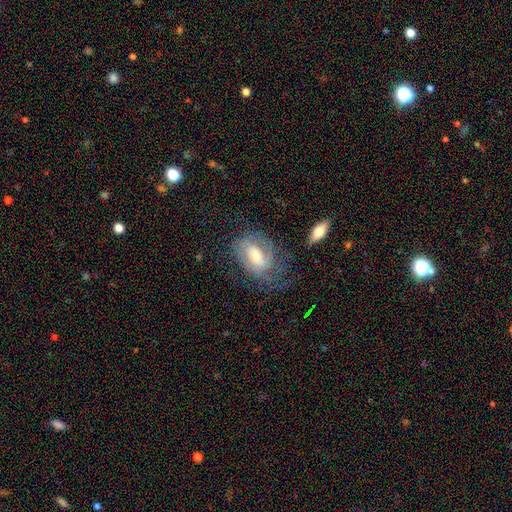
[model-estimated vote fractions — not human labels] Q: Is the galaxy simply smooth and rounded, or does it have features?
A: featured or disk — 74%.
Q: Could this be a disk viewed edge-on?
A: no — 95%.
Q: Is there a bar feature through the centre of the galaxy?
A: weak — 47%.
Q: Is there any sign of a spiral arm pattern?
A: yes — 88%.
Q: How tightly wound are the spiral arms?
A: tight — 45%.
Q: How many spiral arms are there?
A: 2 — 40%.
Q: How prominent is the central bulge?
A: moderate — 58%.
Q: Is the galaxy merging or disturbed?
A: none — 50%.